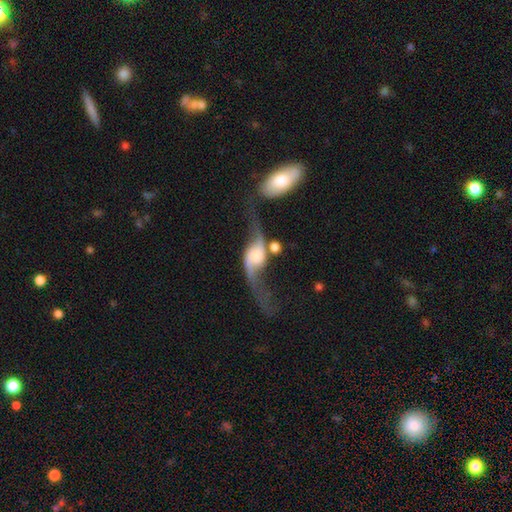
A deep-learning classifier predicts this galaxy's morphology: This is clearly a featured or disk galaxy (83%). It is clearly not viewed edge-on (92%). Bar: possibly no (58%). Spiral arm pattern: clearly yes (95%). Spiral arm count: clearly 2 (93%). Spiral winding: clearly loose (93%). Central bulge: marginally moderate (26%). Merging: marginally none (41%).